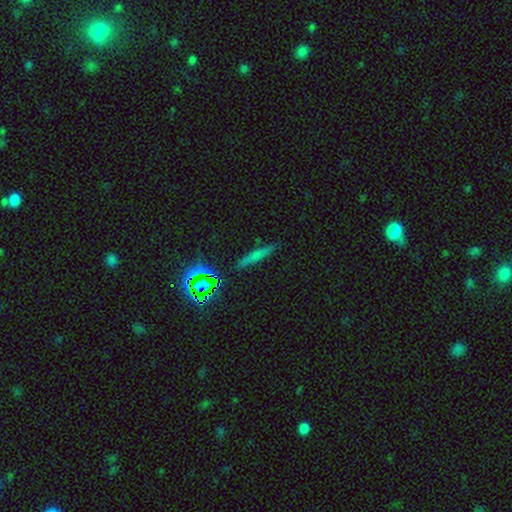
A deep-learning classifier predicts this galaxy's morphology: Q: Smooth or featured?
A: smooth (57%); runner-up: featured or disk (25%)
Q: How rounded?
A: cigar-shaped (88%); runner-up: in between (8%)
Q: Merging?
A: none (86%); runner-up: minor disturbance (9%)